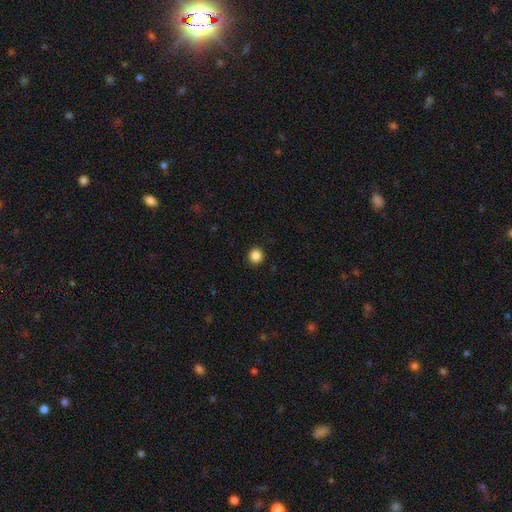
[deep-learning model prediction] smooth 86%, star or artifact 11%, featured or disk 3%. Down the decision tree: how rounded — round (95%); merging — none (94%).